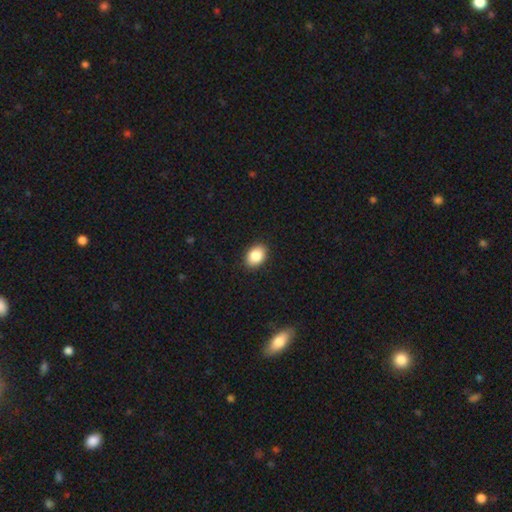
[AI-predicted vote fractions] A smooth galaxy with no disk features (86%) that is in between round and cigar-shaped (79%).

Vote fractions:
- Smooth or featured? smooth: 86% / star or artifact: 8% / featured or disk: 6%
- How rounded? in between: 79% / round: 20% / cigar-shaped: 1%
- Merging? none: 90% / minor disturbance: 7% / major disturbance: 2% / merger: 1%